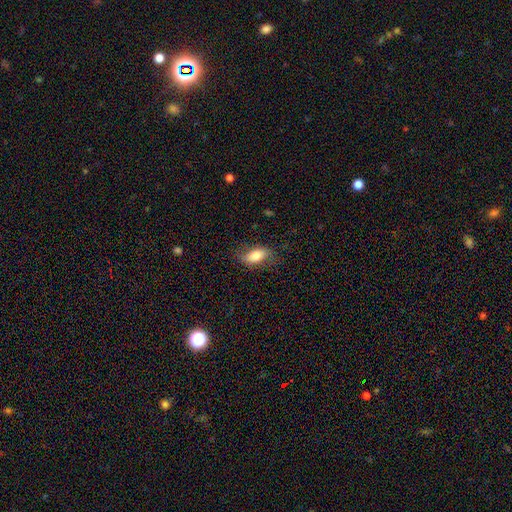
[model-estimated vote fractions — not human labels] A smooth galaxy with no disk features (72%) that is in between round and cigar-shaped (87%).

Vote fractions:
- Smooth or featured? smooth: 72% / featured or disk: 21% / star or artifact: 7%
- How rounded? in between: 87% / cigar-shaped: 8% / round: 5%
- Merging? none: 71% / minor disturbance: 20% / major disturbance: 7% / merger: 1%